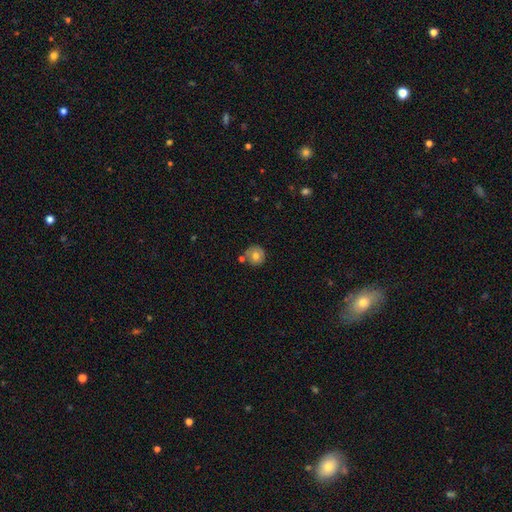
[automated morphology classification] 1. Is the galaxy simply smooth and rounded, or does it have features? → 67% smooth, 25% featured or disk, 8% star or artifact.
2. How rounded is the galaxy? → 91% round, 8% in between, 1% cigar-shaped.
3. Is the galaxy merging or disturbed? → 70% none, 14% minor disturbance, 13% merger, 4% major disturbance.